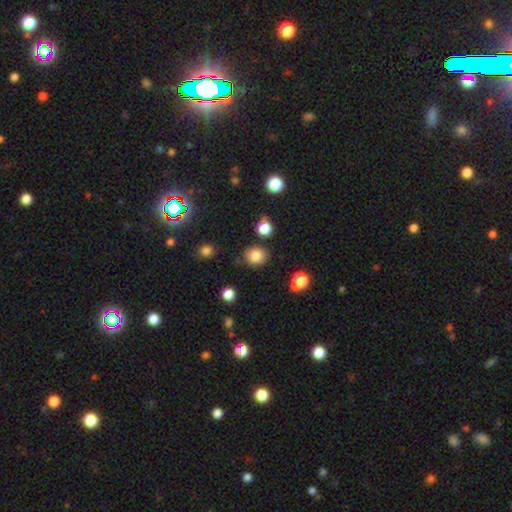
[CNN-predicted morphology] smooth-or-featured: smooth: 82% | star or artifact: 12% | featured or disk: 7%
  how-rounded: round: 77% | in between: 22% | cigar-shaped: 1%
  merging: none: 83% | minor disturbance: 10% | merger: 4% | major disturbance: 3%